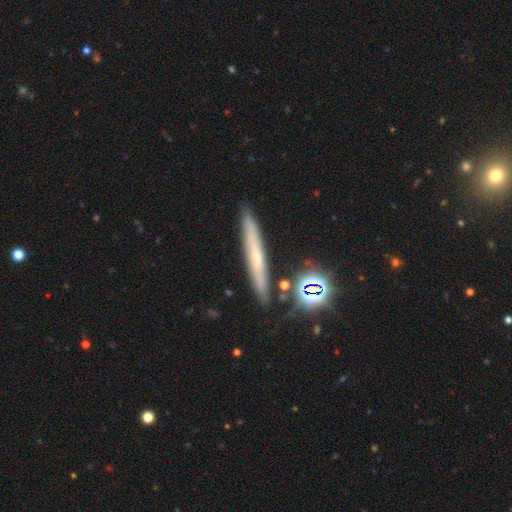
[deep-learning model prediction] Smooth or featured? Predicted: featured or disk (p=0.43). Merging? Predicted: none (p=0.86).